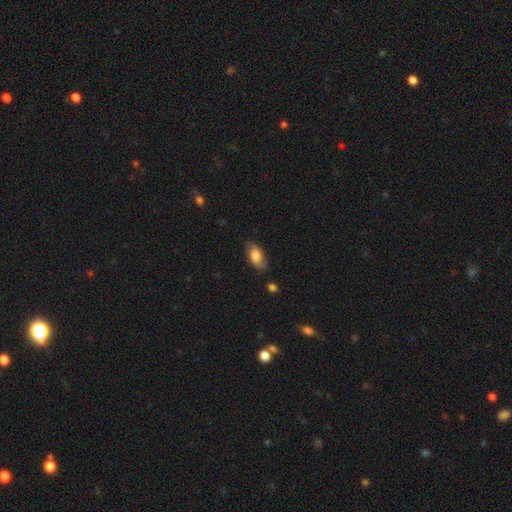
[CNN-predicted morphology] smooth 75%, featured or disk 18%, star or artifact 7%. Down the decision tree: how rounded — in between (92%); merging — none (76%).